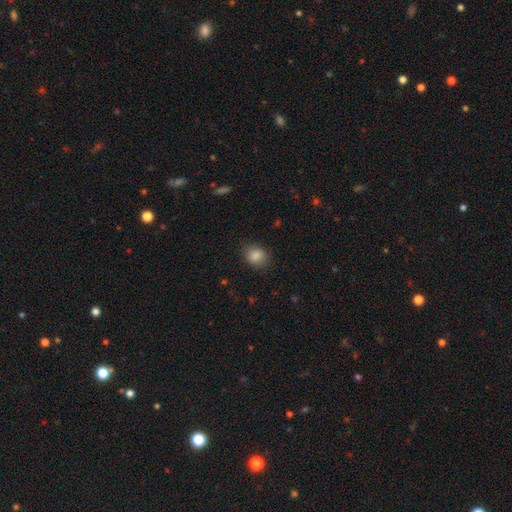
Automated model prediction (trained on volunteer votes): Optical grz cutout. It shows a smooth galaxy with no disk features (86%) that is round (50%). Merging: none (81%).